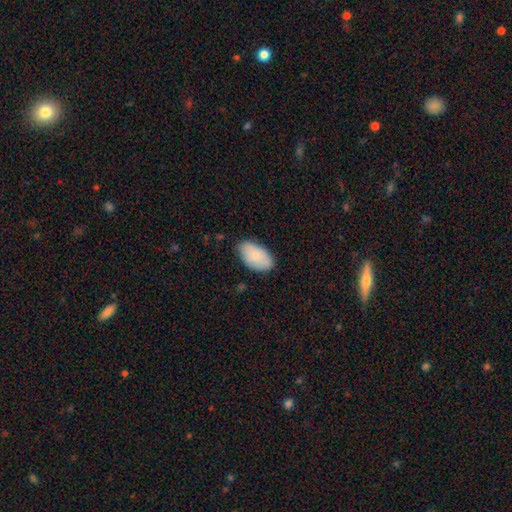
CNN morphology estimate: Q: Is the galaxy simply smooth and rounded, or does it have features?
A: smooth — 84%.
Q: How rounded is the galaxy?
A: in between — 95%.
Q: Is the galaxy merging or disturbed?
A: none — 75%.